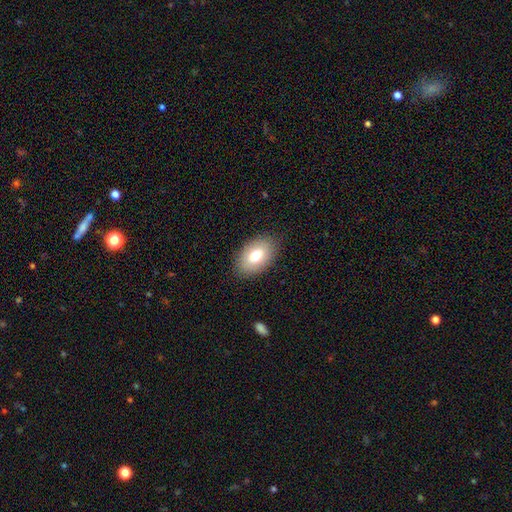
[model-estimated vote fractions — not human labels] The model was most divided on "smooth or featured": smooth: 74%, featured or disk: 19%, star or artifact: 8%. More confident: how rounded — in between (90%); merging — none (86%).